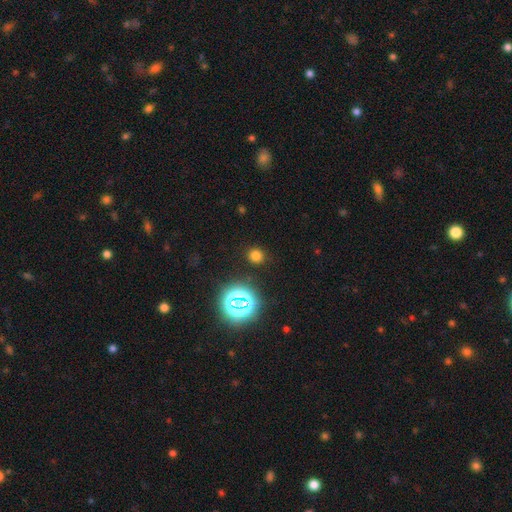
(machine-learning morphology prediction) Smooth or featured? Predicted: smooth (p=0.69). How rounded? Predicted: round (p=0.82). Merging? Predicted: none (p=0.88).